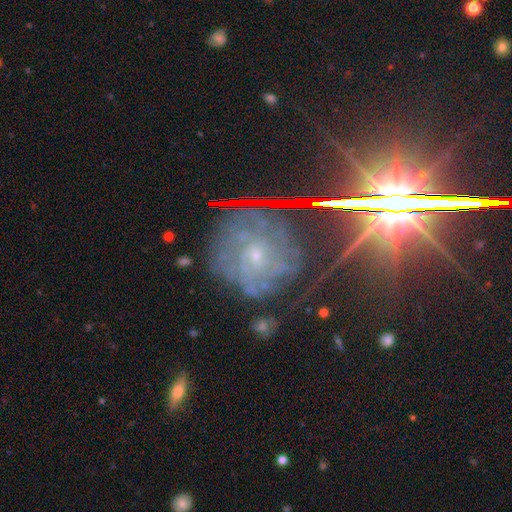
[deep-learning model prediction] This is likely a featured or disk galaxy (63%). It is clearly not viewed edge-on (94%). Bar: likely no (67%). Spiral arm pattern: clearly yes (92%). Spiral arm count: marginally can't tell (45%). Spiral winding: likely tight (68%). Central bulge: likely small (78%). Merging: likely none (70%).